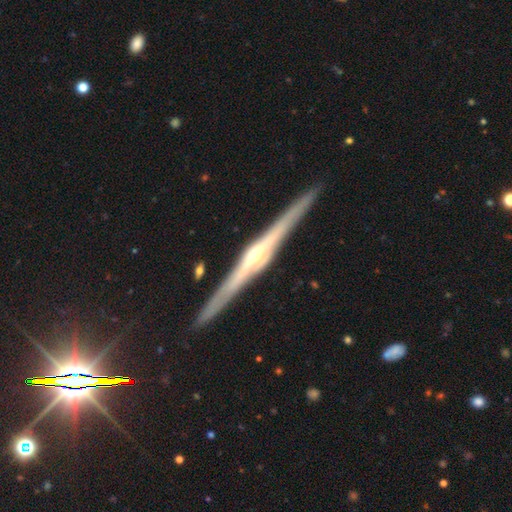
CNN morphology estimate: type=featured or disk (85%); edge-on=yes (98%); edge-on bulge=rounded (84%); merging=none (88%).